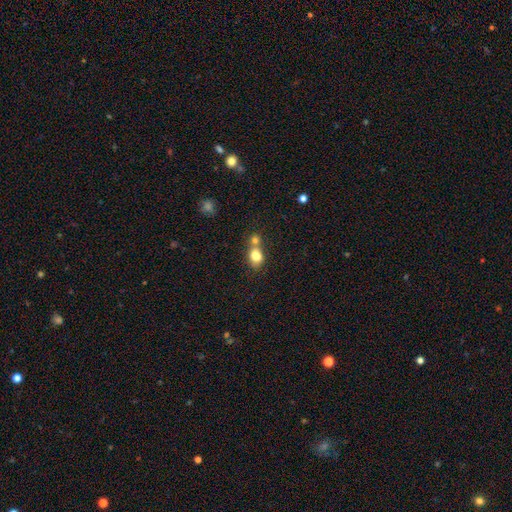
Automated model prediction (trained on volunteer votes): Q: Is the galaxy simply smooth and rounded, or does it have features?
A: smooth — 79%.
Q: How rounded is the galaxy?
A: in between — 57%.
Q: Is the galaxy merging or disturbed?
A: merger — 51%.